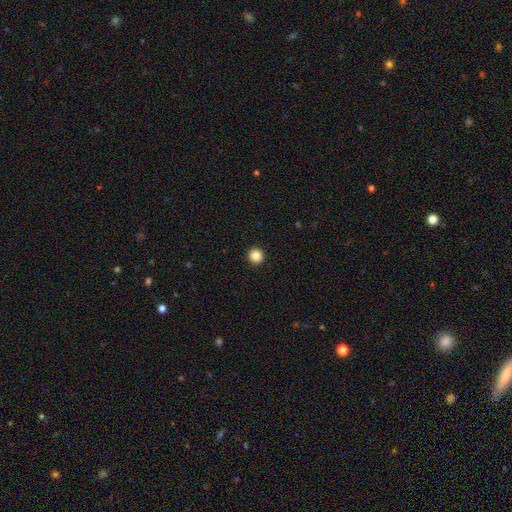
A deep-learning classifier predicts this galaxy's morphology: smooth-or-featured: smooth: 87% | star or artifact: 10% | featured or disk: 3%
  how-rounded: round: 94% | in between: 5% | cigar-shaped: 1%
  merging: none: 94% | minor disturbance: 4% | major disturbance: 1% | merger: 1%